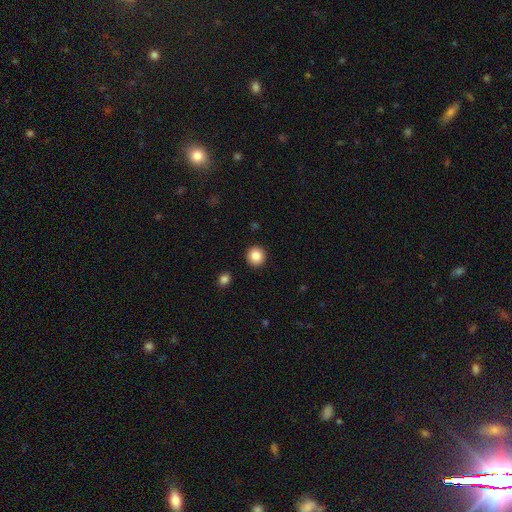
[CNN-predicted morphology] smooth_or_featured: smooth (p=0.86) [alt: star or artifact p=0.09]
how_rounded: round (p=0.93) [alt: in between p=0.06]
merging: none (p=0.92) [alt: minor disturbance p=0.05]